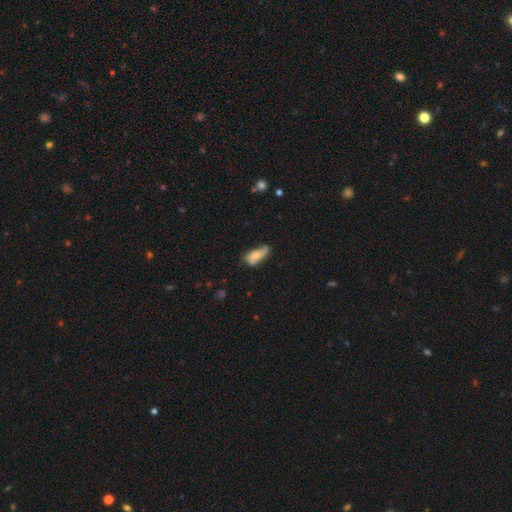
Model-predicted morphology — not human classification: smooth_or_featured: smooth (p=0.56) [alt: featured or disk p=0.36]
how_rounded: in between (p=0.82) [alt: cigar-shaped p=0.14]
merging: none (p=0.49) [alt: minor disturbance p=0.34]